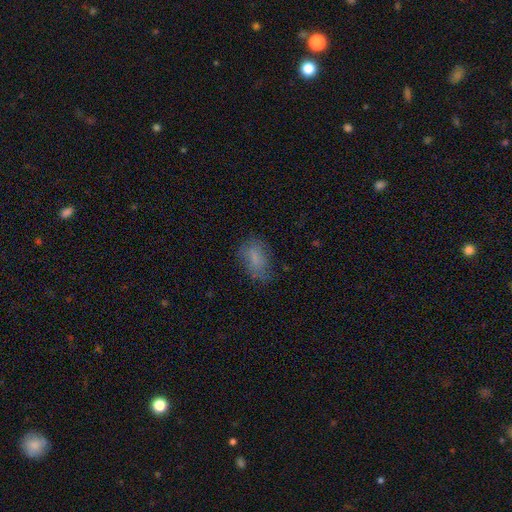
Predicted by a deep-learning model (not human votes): smooth-or-featured: smooth: 71% | featured or disk: 16% | star or artifact: 13%
  how-rounded: in between: 87% | round: 10% | cigar-shaped: 3%
  merging: none: 61% | minor disturbance: 25% | major disturbance: 12% | merger: 2%